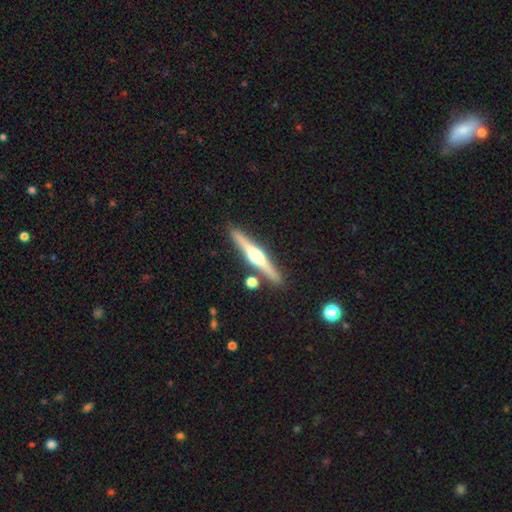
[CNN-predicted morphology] This appears to be a featured or disk galaxy (73%) viewed edge-on (98%) with a rounded central bulge (93%). Merging: none (84%).